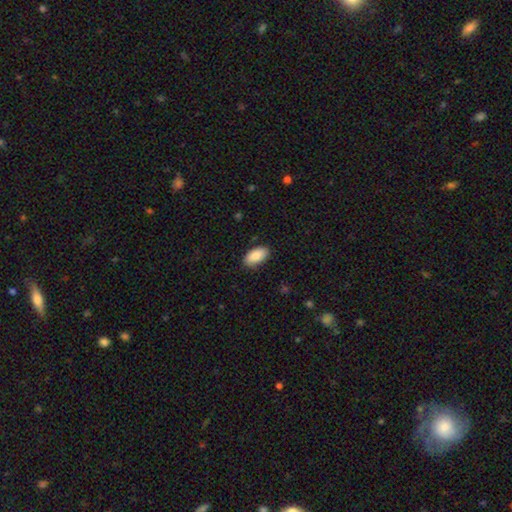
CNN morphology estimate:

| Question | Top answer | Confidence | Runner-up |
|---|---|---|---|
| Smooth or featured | smooth | 89% | star or artifact (6%) |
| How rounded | in between | 94% | cigar-shaped (4%) |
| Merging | none | 86% | minor disturbance (11%) |